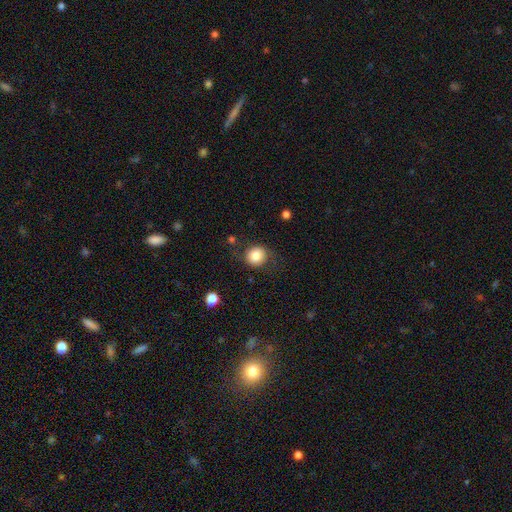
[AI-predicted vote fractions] smooth_or_featured: smooth (p=0.82) [alt: star or artifact p=0.09]
how_rounded: round (p=0.88) [alt: in between p=0.12]
merging: none (p=0.78) [alt: minor disturbance p=0.14]